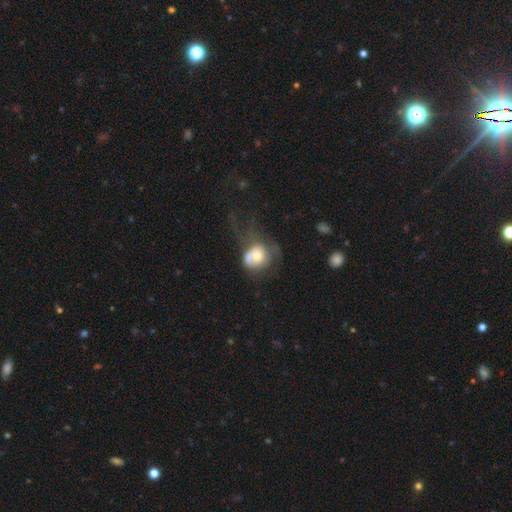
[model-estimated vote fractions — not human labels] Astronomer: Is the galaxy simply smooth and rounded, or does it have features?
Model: smooth — 57% (runner-up: featured or disk, 33%).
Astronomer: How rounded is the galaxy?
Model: round — 61% (runner-up: in between, 38%).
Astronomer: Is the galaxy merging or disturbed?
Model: major disturbance — 41% (runner-up: none, 23%).